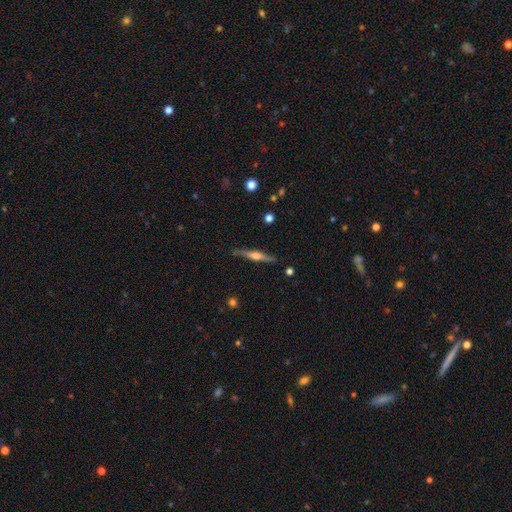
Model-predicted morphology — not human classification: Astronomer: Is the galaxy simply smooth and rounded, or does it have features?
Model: featured or disk — 73%.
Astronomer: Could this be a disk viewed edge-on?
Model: yes — 98%.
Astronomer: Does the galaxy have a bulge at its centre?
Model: rounded — 84%.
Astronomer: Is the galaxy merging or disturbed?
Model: none — 88%.